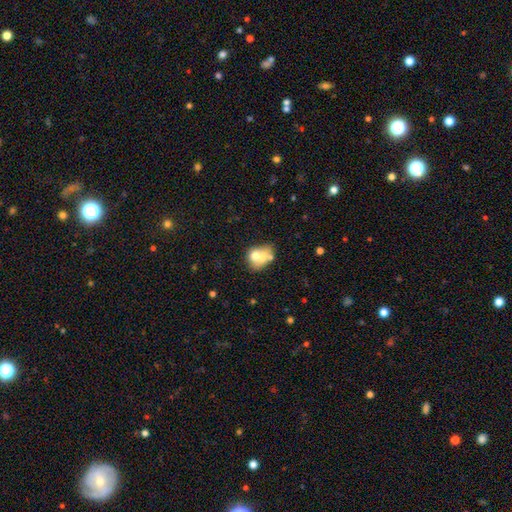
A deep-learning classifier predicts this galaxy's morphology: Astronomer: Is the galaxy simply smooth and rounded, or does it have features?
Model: smooth — 64%.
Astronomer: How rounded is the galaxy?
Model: round — 51% (runner-up: in between, 48%).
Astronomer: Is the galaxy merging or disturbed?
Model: merger — 50% (runner-up: none, 30%).